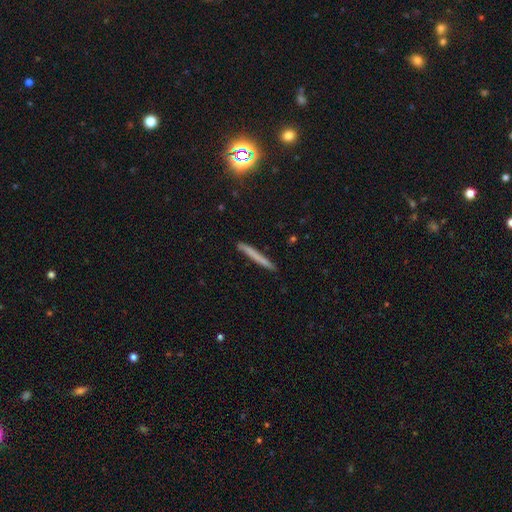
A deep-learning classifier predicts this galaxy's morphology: Overall: smooth (62%; featured or disk 29%). How rounded: cigar-shaped (96%). Merging: none (90%).